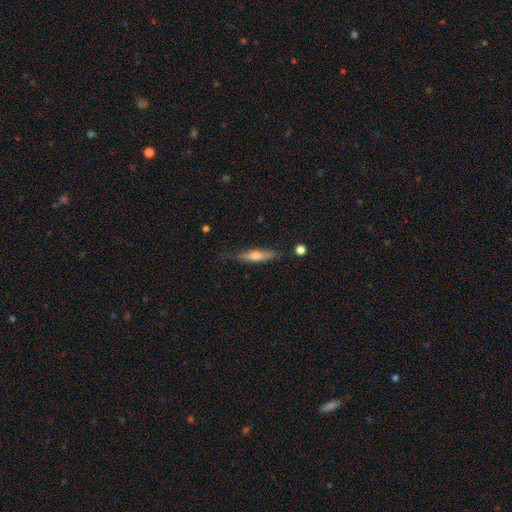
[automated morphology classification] Smooth or featured?
  - featured or disk: 49% *
  - smooth: 45%
  - star or artifact: 7%
Merging?
  - none: 73% *
  - minor disturbance: 20%
  - major disturbance: 5%
  - merger: 2%